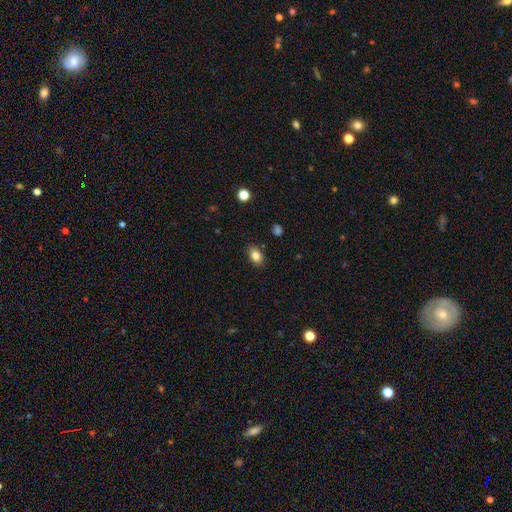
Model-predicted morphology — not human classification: Smooth or featured?
  - smooth: 84% *
  - star or artifact: 10%
  - featured or disk: 7%
How rounded?
  - in between: 80% *
  - round: 19%
  - cigar-shaped: 1%
Merging?
  - none: 86% *
  - minor disturbance: 10%
  - major disturbance: 2%
  - merger: 2%